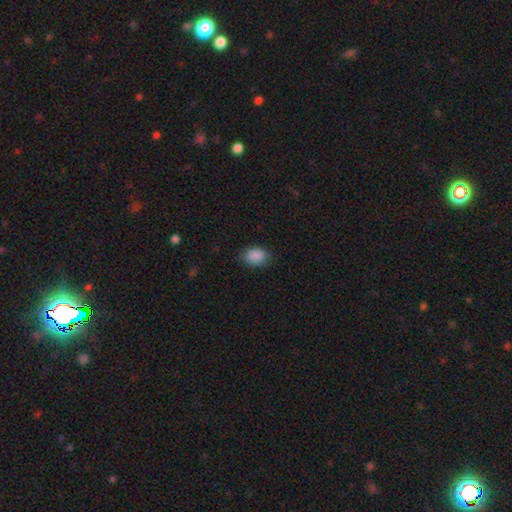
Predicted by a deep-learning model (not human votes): smooth_or_featured: smooth (p=0.89) [alt: star or artifact p=0.08]
how_rounded: in between (p=0.70) [alt: round p=0.29]
merging: none (p=0.83) [alt: minor disturbance p=0.13]